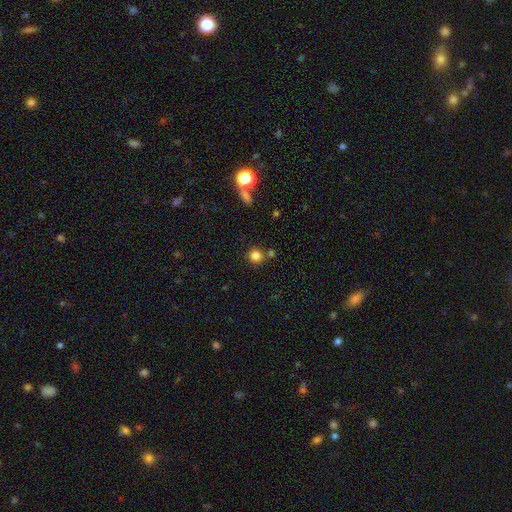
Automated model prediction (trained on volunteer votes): The model was most divided on "merging": none: 78%, merger: 11%, minor disturbance: 8%, major disturbance: 3%. More confident: how rounded — round (92%); smooth or featured — smooth (81%).